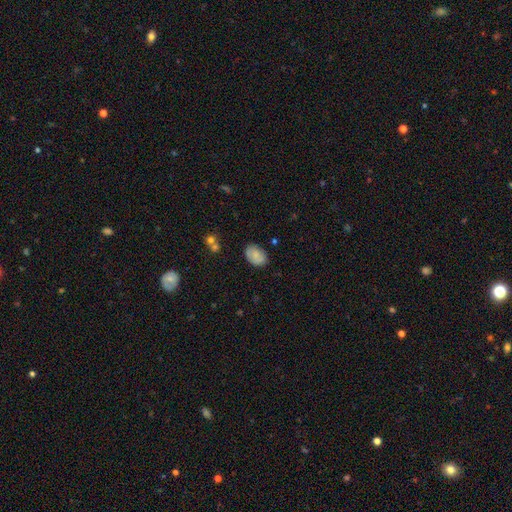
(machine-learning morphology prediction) Smooth or featured? smooth (78%)
How rounded? in between (83%)
Merging? none (76%)